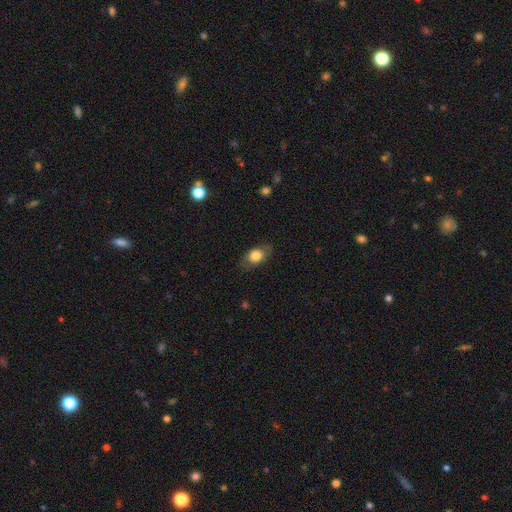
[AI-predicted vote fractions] This is likely a smooth galaxy (76%). How rounded: likely in between (72%). Merging: likely none (76%).